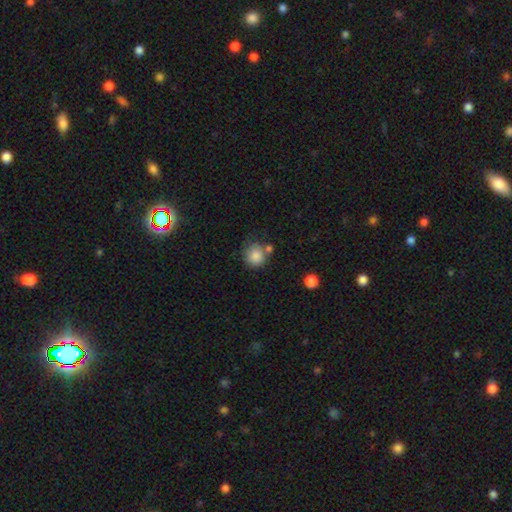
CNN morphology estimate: Smooth or featured? smooth (85%)
How rounded? round (89%)
Merging? none (62%)